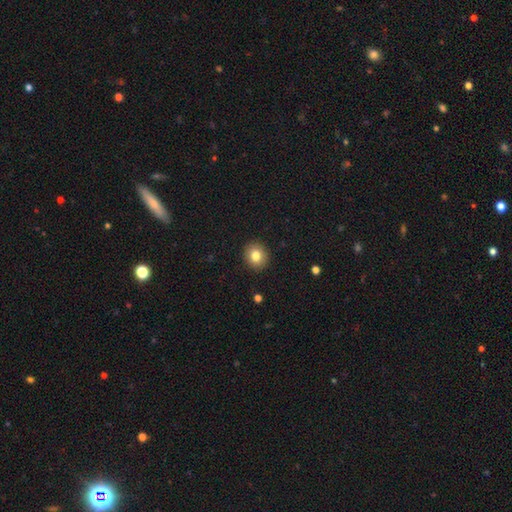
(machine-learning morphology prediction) Q: Smooth or featured?
A: smooth (81%); runner-up: star or artifact (10%)
Q: How rounded?
A: round (77%); runner-up: in between (22%)
Q: Merging?
A: none (91%); runner-up: minor disturbance (6%)